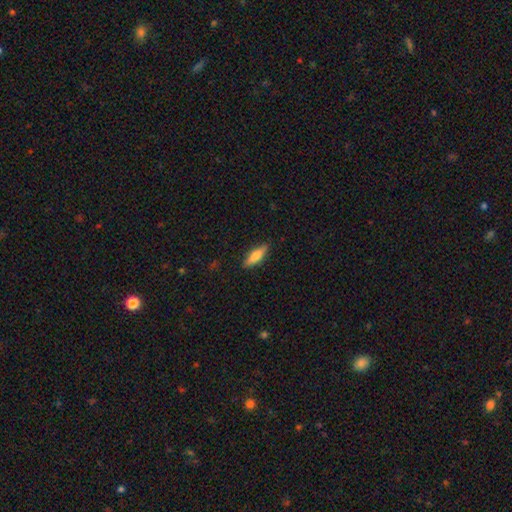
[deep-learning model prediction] A smooth galaxy with no disk features (65%) that is cigar-shaped (56%). Merging: none (87%).